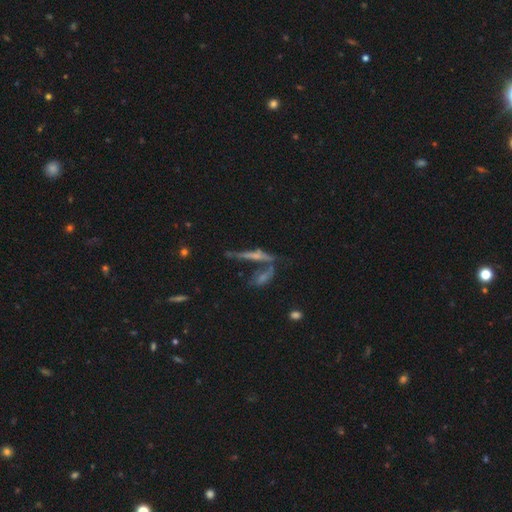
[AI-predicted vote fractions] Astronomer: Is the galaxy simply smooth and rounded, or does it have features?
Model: featured or disk — 55%.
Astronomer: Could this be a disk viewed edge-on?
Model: yes — 78%.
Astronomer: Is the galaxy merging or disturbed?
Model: none — 43% (runner-up: merger, 37%).